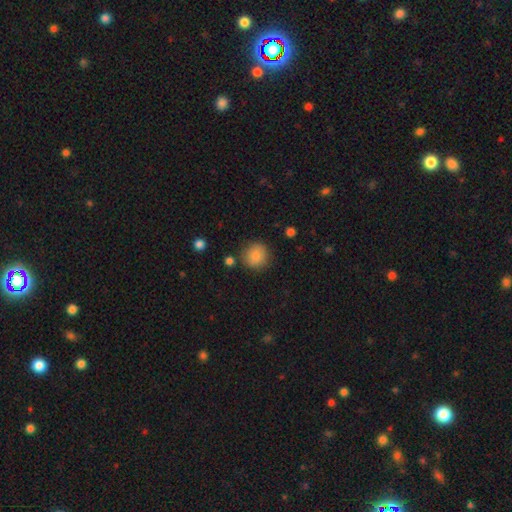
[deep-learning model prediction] This is clearly a smooth galaxy (84%). How rounded: clearly round (92%). Merging: clearly none (84%).